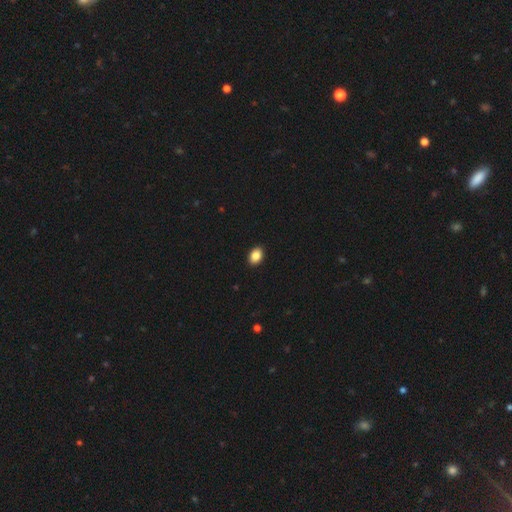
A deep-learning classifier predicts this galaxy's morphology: smooth_or_featured: smooth (p=0.88) [alt: star or artifact p=0.08]
how_rounded: in between (p=0.75) [alt: round p=0.24]
merging: none (p=0.92) [alt: minor disturbance p=0.06]